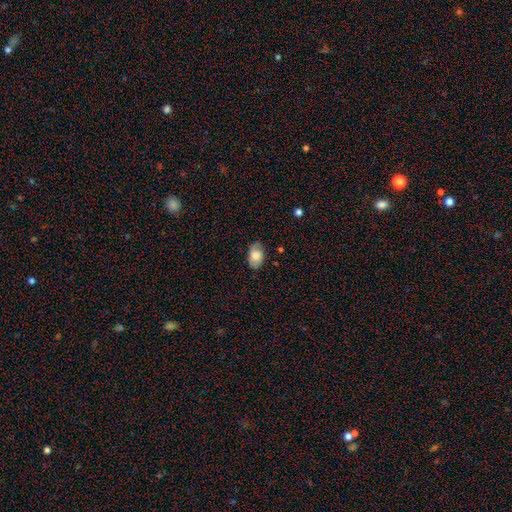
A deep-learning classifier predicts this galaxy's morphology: Overall: smooth (72%). How rounded: in between (89%). Merging: none (74%).